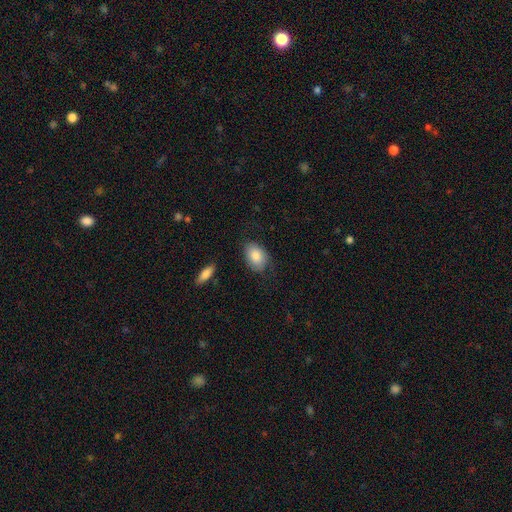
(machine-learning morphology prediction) Smooth or featured? smooth (82%)
How rounded? in between (84%)
Merging? none (71%)